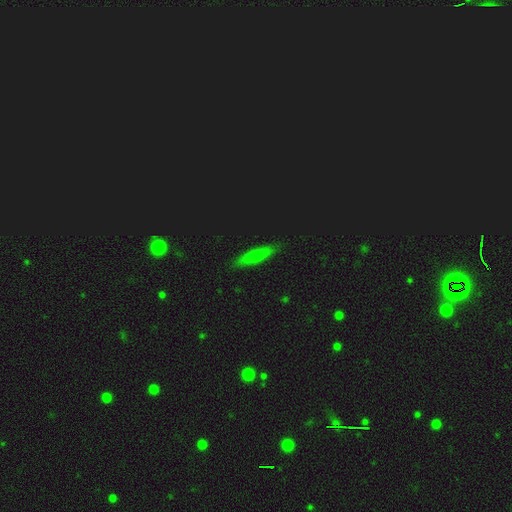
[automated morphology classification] Smooth or featured? Predicted: smooth (p=0.63). How rounded? Predicted: cigar-shaped (p=0.65). Merging? Predicted: none (p=0.88).